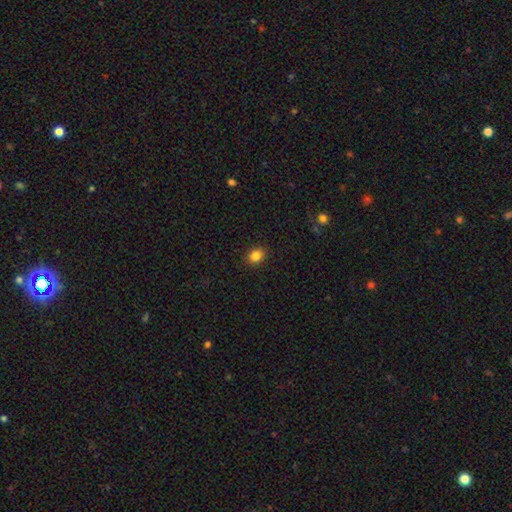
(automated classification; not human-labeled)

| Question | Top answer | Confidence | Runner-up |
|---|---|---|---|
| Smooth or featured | smooth | 84% | star or artifact (11%) |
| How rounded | round | 59% | in between (41%) |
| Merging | none | 91% | minor disturbance (7%) |